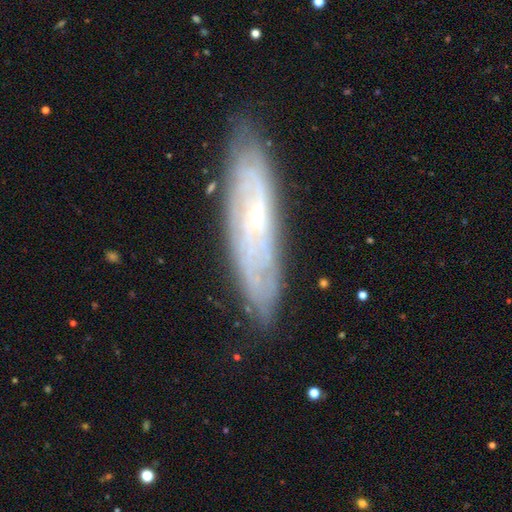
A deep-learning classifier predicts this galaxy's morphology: This is likely a featured or disk galaxy (70%). It is likely not viewed edge-on (68%). Merging: clearly none (84%).